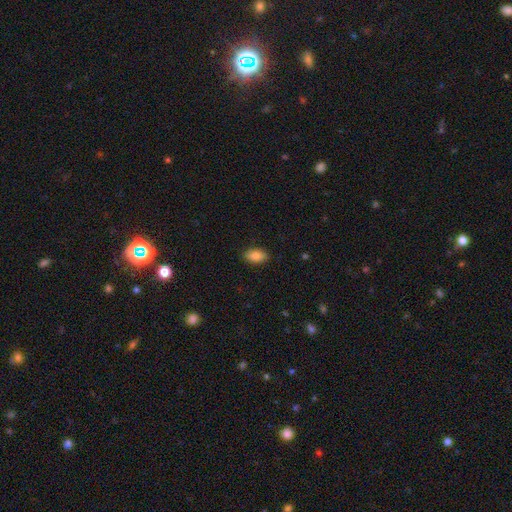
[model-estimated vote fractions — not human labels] Overall: smooth (85%). How rounded: in between (92%). Merging: none (88%).